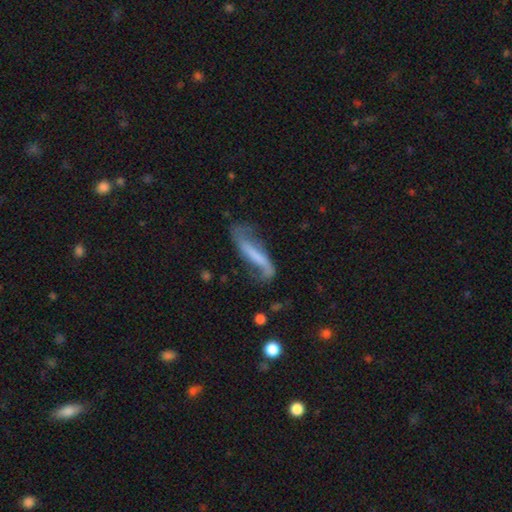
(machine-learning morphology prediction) Smooth or featured? featured or disk (59%)
Edge-on disk? no (73%)
Merging? none (48%)